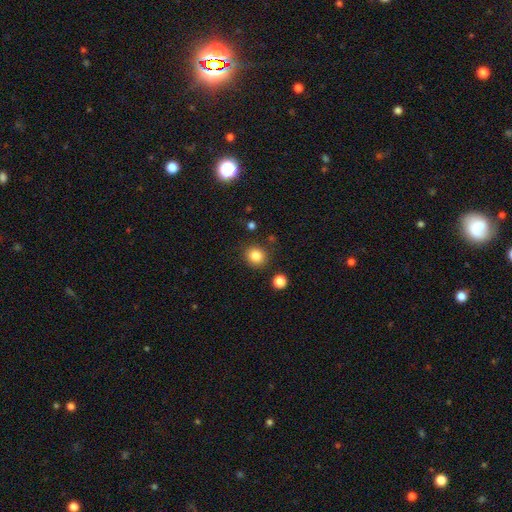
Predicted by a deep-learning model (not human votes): Smooth or featured: smooth — 84% (star or artifact — 11%)
How rounded: round — 84% (in between — 15%)
Merging: none — 86% (minor disturbance — 8%)